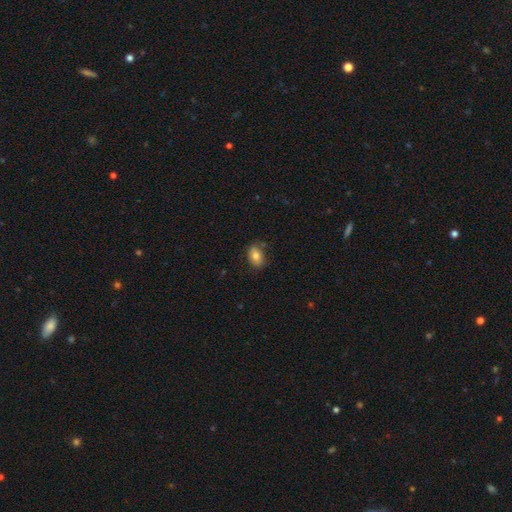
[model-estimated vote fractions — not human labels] smooth_or_featured: smooth (p=0.78) [alt: featured or disk p=0.13]
how_rounded: in between (p=0.77) [alt: round p=0.22]
merging: none (p=0.77) [alt: minor disturbance p=0.18]